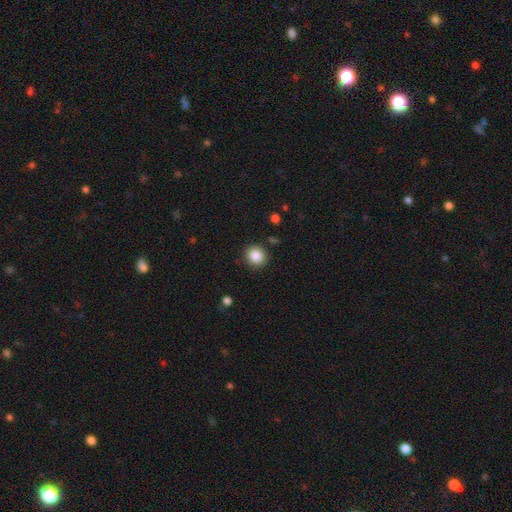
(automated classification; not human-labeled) Smooth or featured?
  - smooth: 86% *
  - star or artifact: 10%
  - featured or disk: 5%
How rounded?
  - round: 91% *
  - in between: 8%
  - cigar-shaped: 1%
Merging?
  - none: 89% *
  - minor disturbance: 7%
  - major disturbance: 2%
  - merger: 2%